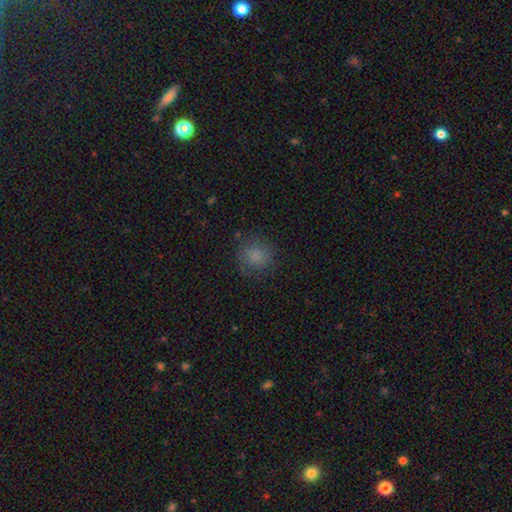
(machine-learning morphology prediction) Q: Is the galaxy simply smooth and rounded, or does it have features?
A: smooth — 79%.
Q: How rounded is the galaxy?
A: round — 87%.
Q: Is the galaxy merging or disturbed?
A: none — 77%.